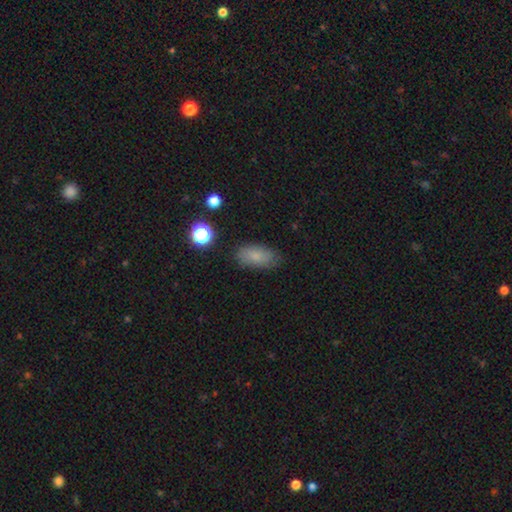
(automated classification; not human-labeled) The model was most divided on "merging": none: 78%, minor disturbance: 16%, major disturbance: 4%, merger: 2%. More confident: how rounded — in between (89%); smooth or featured — smooth (78%).